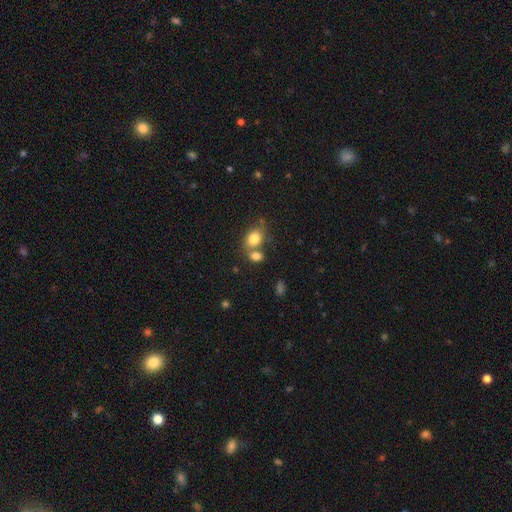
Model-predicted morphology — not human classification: Smooth or featured: smooth — 80% (star or artifact — 10%)
How rounded: in between — 65% (round — 34%)
Merging: none — 43% (merger — 42%)